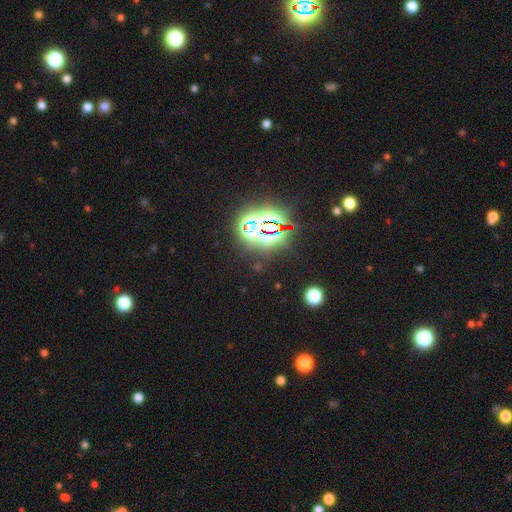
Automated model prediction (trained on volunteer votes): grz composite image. It shows a star or artifact, not a galaxy (82%).